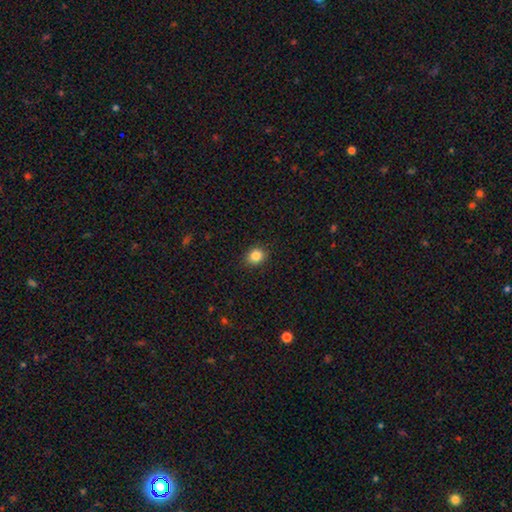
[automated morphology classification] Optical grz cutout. It shows a smooth galaxy with no disk features (85%) that is round (67%). Merging: none (89%).